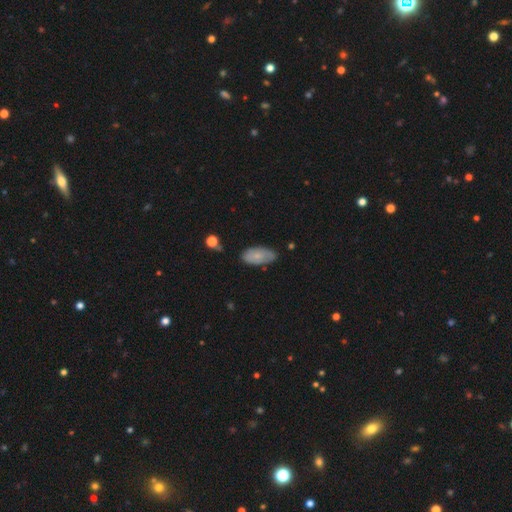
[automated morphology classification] This appears to be a smooth galaxy with no disk features (55%) that is in between round and cigar-shaped (89%). Merging: none (74%).